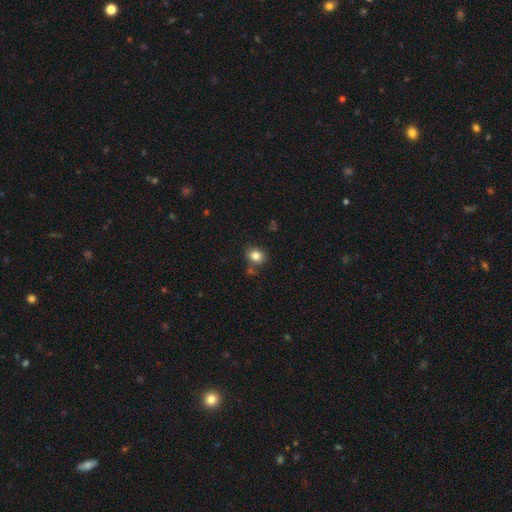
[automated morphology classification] Smooth or featured?
  - smooth: 82% *
  - star or artifact: 11%
  - featured or disk: 7%
How rounded?
  - round: 65% *
  - in between: 34%
  - cigar-shaped: 1%
Merging?
  - none: 75% *
  - minor disturbance: 13%
  - merger: 8%
  - major disturbance: 4%